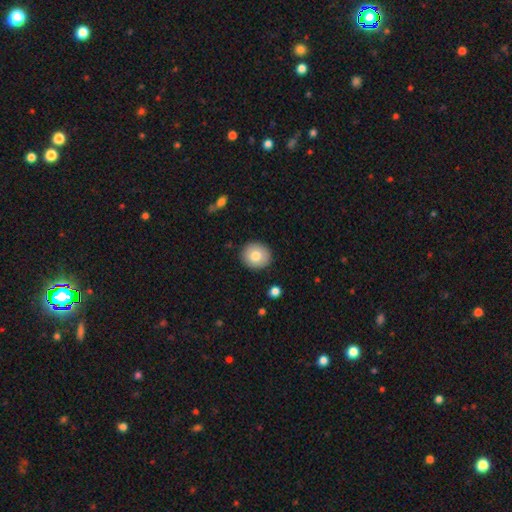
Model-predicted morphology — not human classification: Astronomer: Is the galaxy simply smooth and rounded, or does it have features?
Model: smooth — 79%.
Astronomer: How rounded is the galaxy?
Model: round — 84%.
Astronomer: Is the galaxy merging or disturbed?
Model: none — 90%.